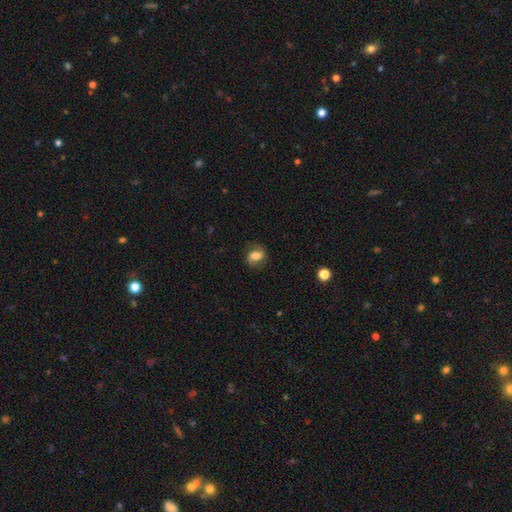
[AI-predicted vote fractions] Smooth or featured? Predicted: smooth (p=0.57). How rounded? Predicted: in between (p=0.55). Merging? Predicted: none (p=0.76).